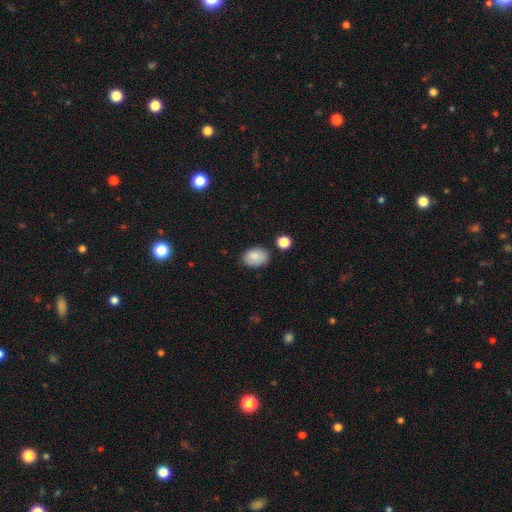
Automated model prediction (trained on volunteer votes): smooth_or_featured: smooth (p=0.85) [alt: star or artifact p=0.08]
how_rounded: in between (p=0.78) [alt: round p=0.21]
merging: none (p=0.76) [alt: minor disturbance p=0.17]